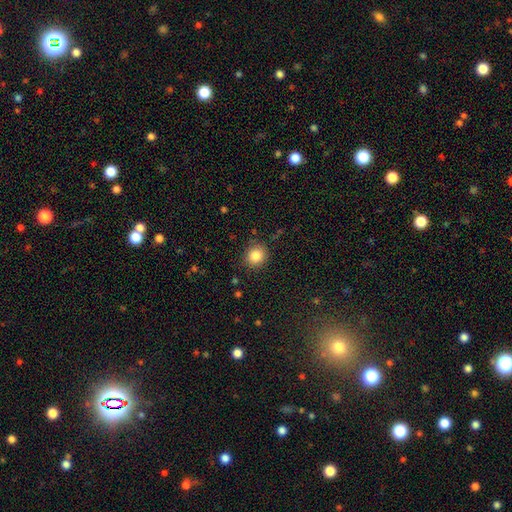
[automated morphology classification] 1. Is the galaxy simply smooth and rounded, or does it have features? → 85% smooth, 10% star or artifact, 5% featured or disk.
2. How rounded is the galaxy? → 85% round, 14% in between, 1% cigar-shaped.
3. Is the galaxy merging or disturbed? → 87% none, 9% minor disturbance, 3% major disturbance, 1% merger.